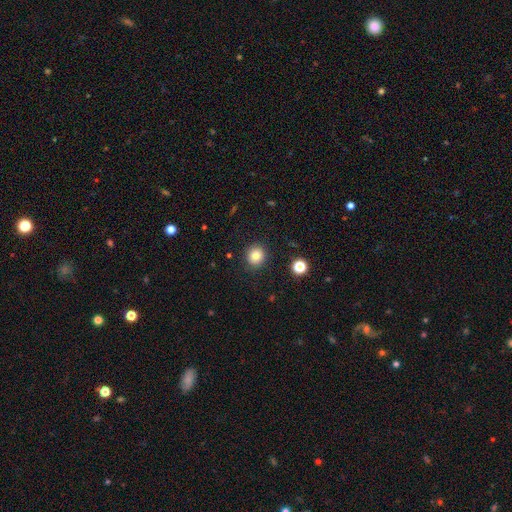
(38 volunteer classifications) Smooth or featured? 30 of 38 (79%) said smooth. How rounded? 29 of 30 (97%) said round. Merging? 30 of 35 (86%) said none.